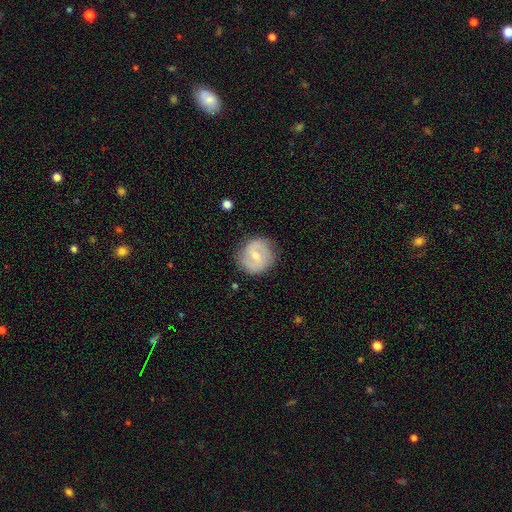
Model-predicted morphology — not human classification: Smooth or featured? Predicted: featured or disk (p=0.64). Edge-on disk? Predicted: no (p=0.97). Bar? Predicted: weak (p=0.59). Spiral arms? Predicted: yes (p=0.83). Spiral winding? Predicted: medium (p=0.48). Spiral arm count? Predicted: 2 (p=0.86). Bulge size? Predicted: small (p=0.51). Merging? Predicted: none (p=0.82).